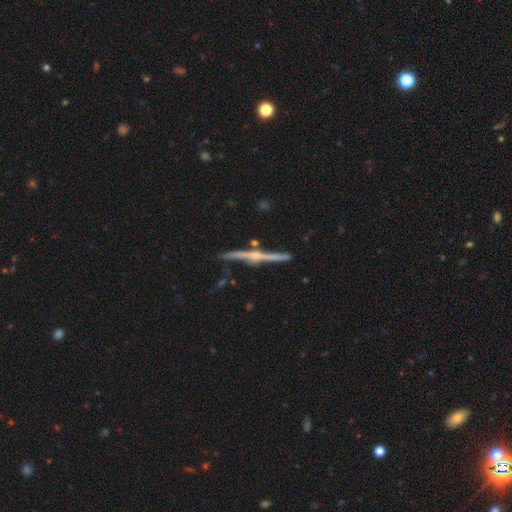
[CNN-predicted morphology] Smooth or featured? Predicted: featured or disk (p=0.85). Edge-on disk? Predicted: yes (p=0.98). Edge-on bulge? Predicted: rounded (p=0.82). Merging? Predicted: none (p=0.82).